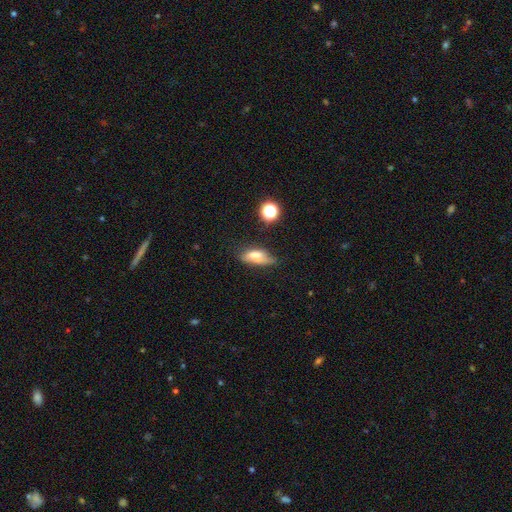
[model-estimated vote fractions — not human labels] A smooth galaxy with no disk features (66%) that is in between round and cigar-shaped (78%).

Vote fractions:
- Smooth or featured? smooth: 66% / featured or disk: 22% / star or artifact: 12%
- How rounded? in between: 78% / cigar-shaped: 17% / round: 5%
- Merging? none: 39% / minor disturbance: 38% / major disturbance: 17% / merger: 6%